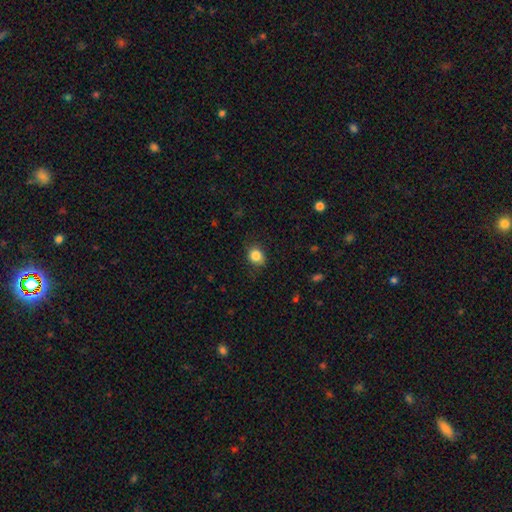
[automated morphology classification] Q: Smooth or featured?
A: smooth (84%); runner-up: star or artifact (10%)
Q: How rounded?
A: round (68%); runner-up: in between (31%)
Q: Merging?
A: none (81%); runner-up: minor disturbance (15%)